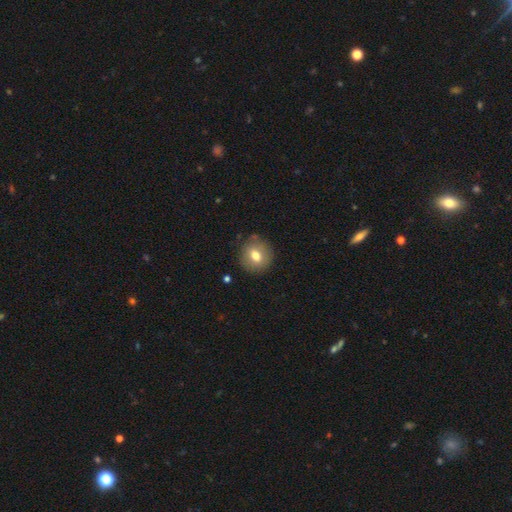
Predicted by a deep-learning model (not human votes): Smooth or featured?
  - smooth: 73% *
  - featured or disk: 18%
  - star or artifact: 9%
How rounded?
  - round: 81% *
  - in between: 18%
  - cigar-shaped: 1%
Merging?
  - none: 84% *
  - minor disturbance: 11%
  - major disturbance: 3%
  - merger: 2%